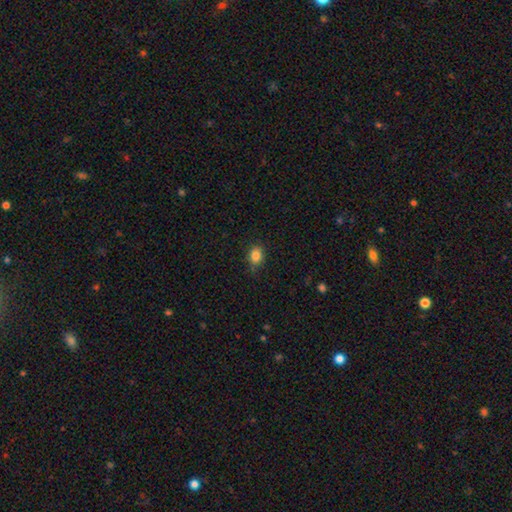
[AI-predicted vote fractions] Q: Smooth or featured?
A: smooth (85%); runner-up: star or artifact (10%)
Q: How rounded?
A: in between (51%); runner-up: round (48%)
Q: Merging?
A: none (80%); runner-up: minor disturbance (16%)